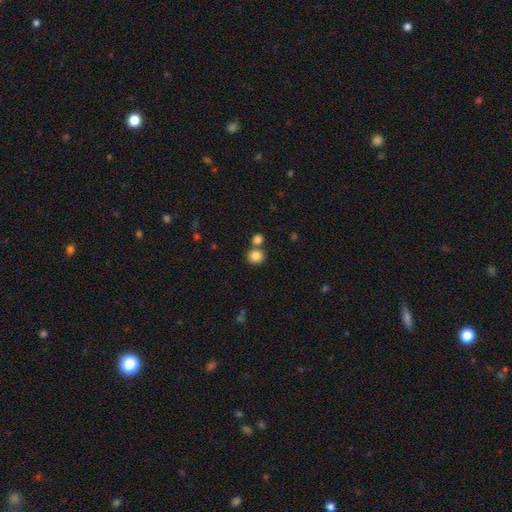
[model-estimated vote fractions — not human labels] Smooth or featured?
  - smooth: 84% *
  - star or artifact: 10%
  - featured or disk: 6%
How rounded?
  - round: 86% *
  - in between: 13%
  - cigar-shaped: 1%
Merging?
  - none: 67% *
  - merger: 23%
  - minor disturbance: 7%
  - major disturbance: 3%